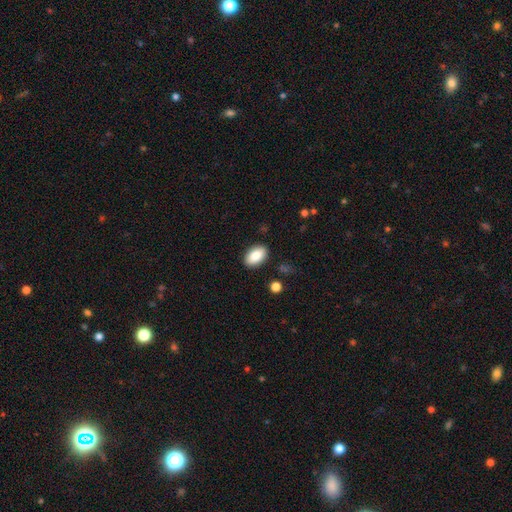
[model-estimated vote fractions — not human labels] Smooth or featured? Predicted: smooth (p=0.87). How rounded? Predicted: in between (p=0.93). Merging? Predicted: none (p=0.88).